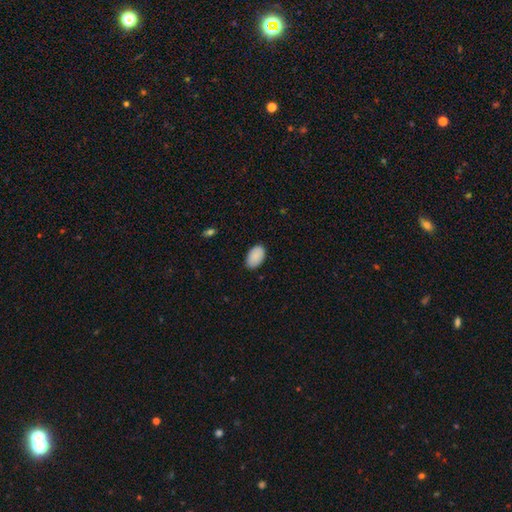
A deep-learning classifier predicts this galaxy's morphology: Smooth or featured? smooth (90%)
How rounded? in between (94%)
Merging? none (85%)